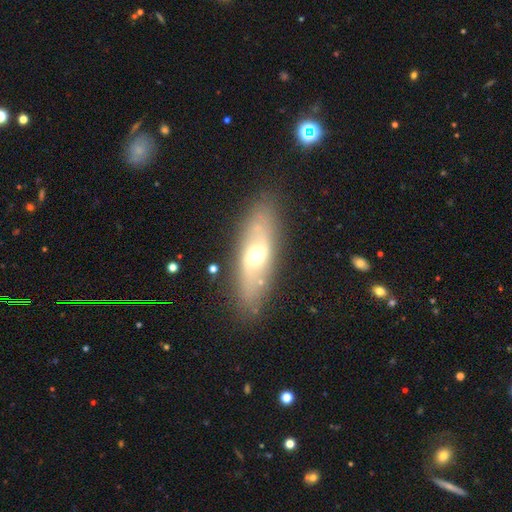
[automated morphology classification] This appears to be a featured or disk galaxy (47%). Merging: none (83%).